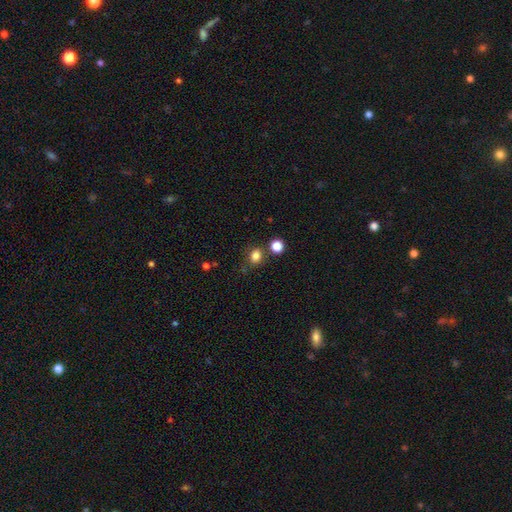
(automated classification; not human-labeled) smooth_or_featured: smooth (p=0.81) [alt: star or artifact p=0.14]
how_rounded: round (p=0.59) [alt: in between p=0.40]
merging: none (p=0.72) [alt: minor disturbance p=0.13]